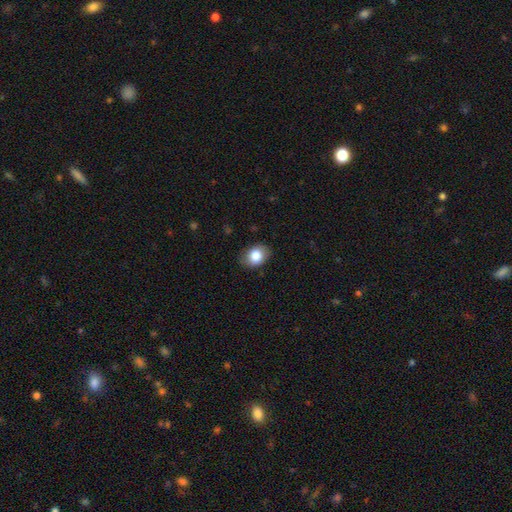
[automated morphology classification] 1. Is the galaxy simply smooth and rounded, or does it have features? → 83% smooth, 9% featured or disk, 8% star or artifact.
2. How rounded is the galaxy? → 70% in between, 29% round, 1% cigar-shaped.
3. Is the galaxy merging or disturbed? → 83% none, 13% minor disturbance, 3% major disturbance, 1% merger.